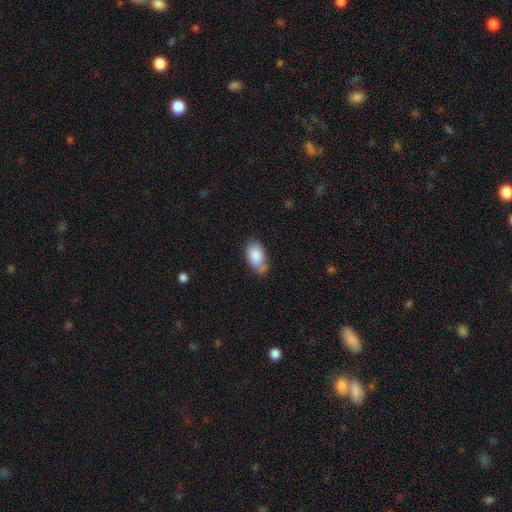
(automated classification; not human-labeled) smooth-or-featured: smooth: 84% | featured or disk: 10% | star or artifact: 7%
  how-rounded: in between: 94% | round: 4% | cigar-shaped: 2%
  merging: none: 58% | minor disturbance: 30% | major disturbance: 7% | merger: 4%